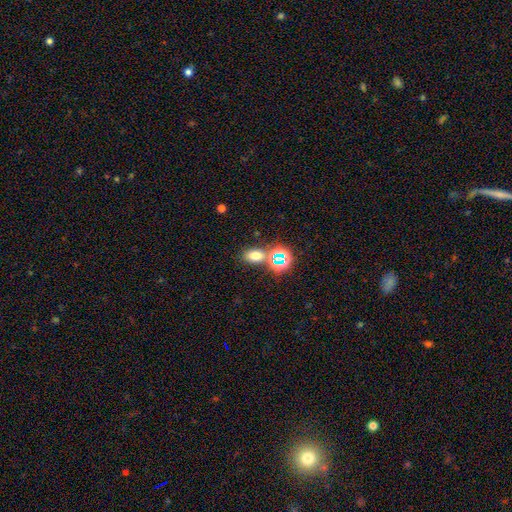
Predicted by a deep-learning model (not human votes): smooth_or_featured: smooth (p=0.66) [alt: star or artifact p=0.25]
how_rounded: in between (p=0.72) [alt: round p=0.26]
merging: none (p=0.69) [alt: merger p=0.17]